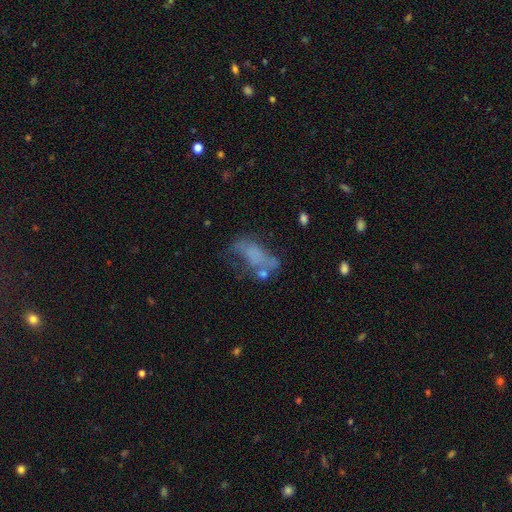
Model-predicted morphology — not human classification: smooth-or-featured: smooth: 50% | featured or disk: 35% | star or artifact: 15%
  merging: none: 32% (tied) | major disturbance: 32% (tied) | minor disturbance: 23% | merger: 13%